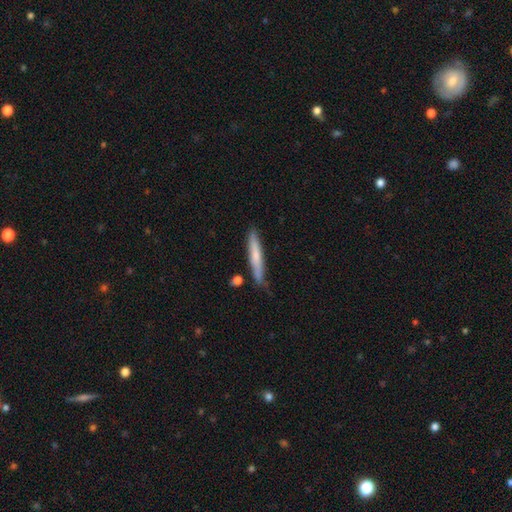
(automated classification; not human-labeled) Smooth or featured? smooth (63%)
How rounded? cigar-shaped (94%)
Merging? none (76%)